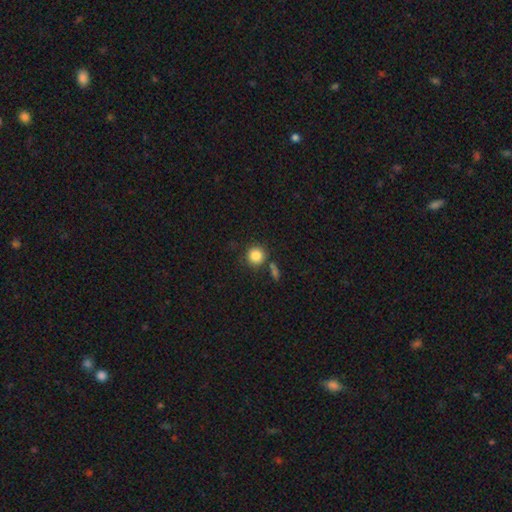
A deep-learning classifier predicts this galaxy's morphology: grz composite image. It shows a smooth galaxy with no disk features (85%) that is round (92%). Merging: none (77%).